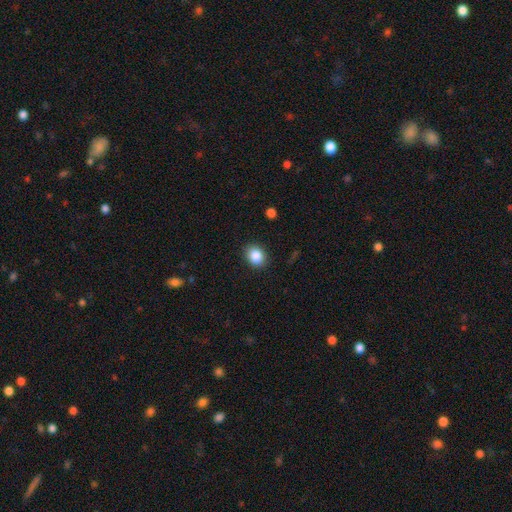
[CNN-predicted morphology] smooth-or-featured: smooth: 86% | star or artifact: 9% | featured or disk: 5%
  how-rounded: round: 54% | in between: 45% | cigar-shaped: 1%
  merging: none: 88% | minor disturbance: 9% | major disturbance: 2% | merger: 1%